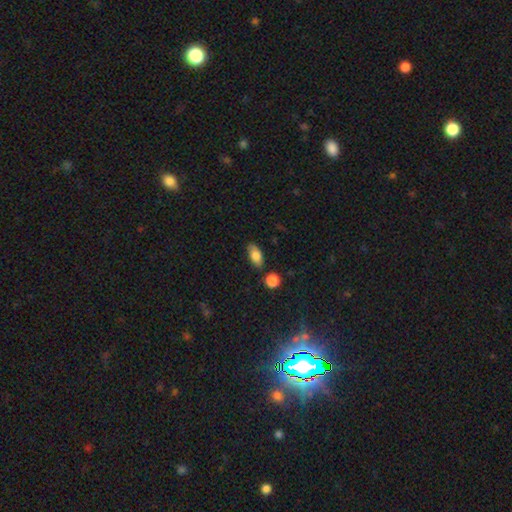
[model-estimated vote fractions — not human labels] Morphology: type=smooth (81%); roundness=in between (87%); merging=none (78%).